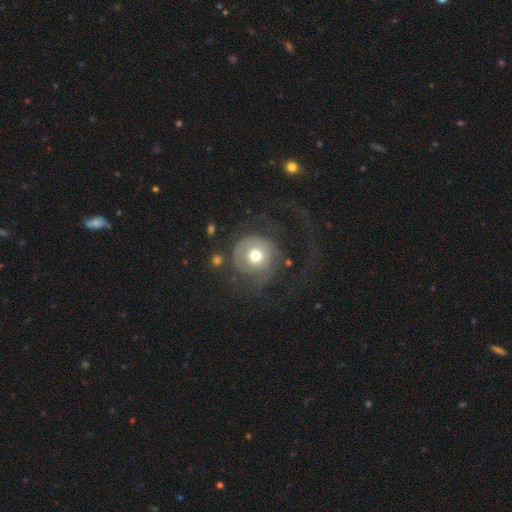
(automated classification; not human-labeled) Smooth or featured: smooth — 48% (featured or disk — 44%)
Merging: none — 44% (major disturbance — 37%)